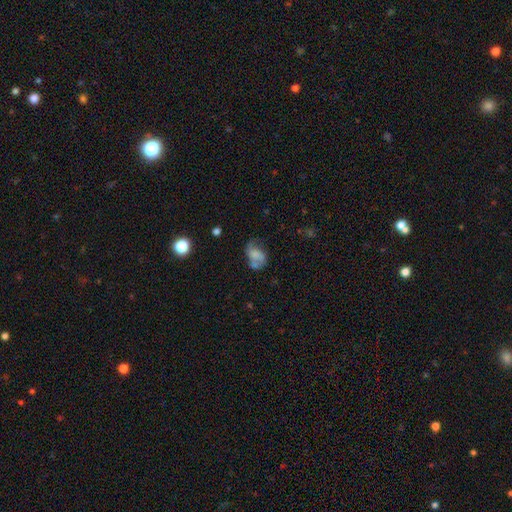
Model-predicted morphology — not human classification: Smooth or featured?
  - smooth: 48% *
  - featured or disk: 40%
  - star or artifact: 11%
Merging?
  - none: 32% *
  - minor disturbance: 25%
  - major disturbance: 24%
  - merger: 19%